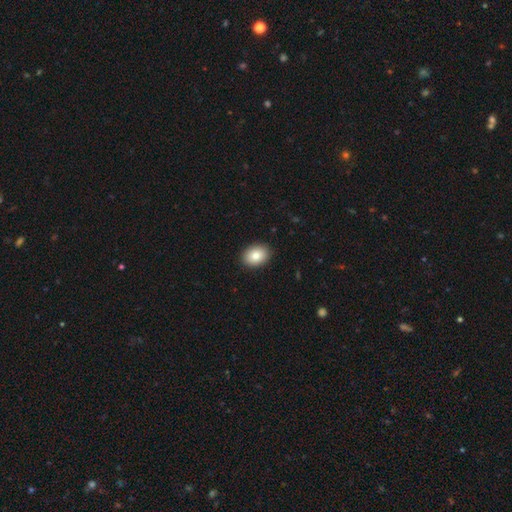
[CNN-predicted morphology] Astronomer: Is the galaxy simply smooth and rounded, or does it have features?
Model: smooth — 84%.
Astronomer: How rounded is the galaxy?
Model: in between — 68%.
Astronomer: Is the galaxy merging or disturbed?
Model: none — 90%.